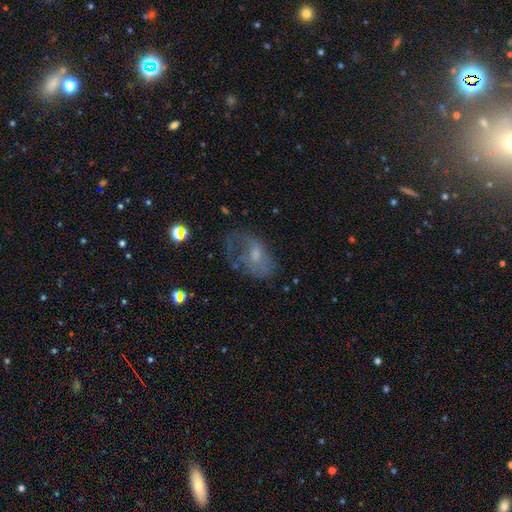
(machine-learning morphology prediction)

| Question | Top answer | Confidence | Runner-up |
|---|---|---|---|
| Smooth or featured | featured or disk | 51% | smooth (37%) |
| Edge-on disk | no | 95% | yes (5%) |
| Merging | major disturbance | 37% | none (35%) |